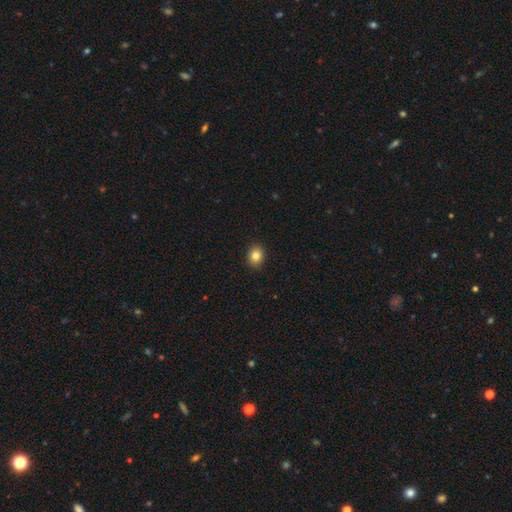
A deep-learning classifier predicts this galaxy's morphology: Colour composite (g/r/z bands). It shows a smooth galaxy with no disk features (84%) that is round (58%). Merging: none (91%).